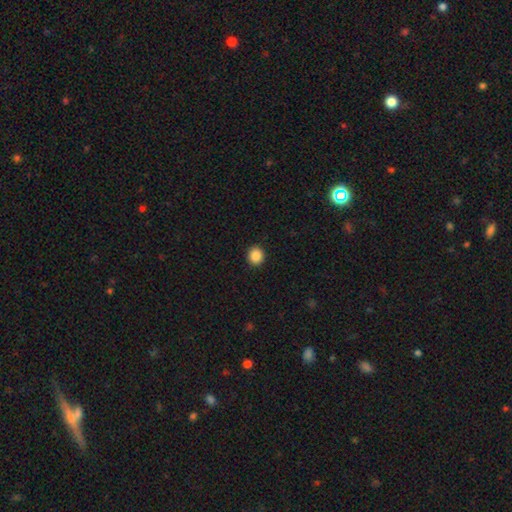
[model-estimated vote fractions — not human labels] Q: Smooth or featured?
A: smooth (87%); runner-up: star or artifact (9%)
Q: How rounded?
A: round (89%); runner-up: in between (10%)
Q: Merging?
A: none (93%); runner-up: minor disturbance (5%)